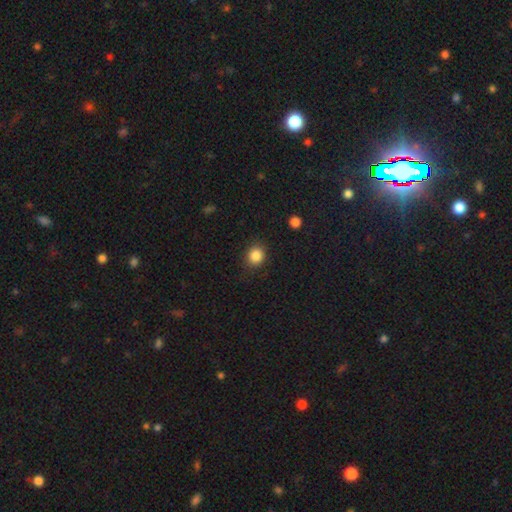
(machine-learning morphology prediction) Smooth or featured? smooth (86%)
How rounded? round (77%)
Merging? none (87%)